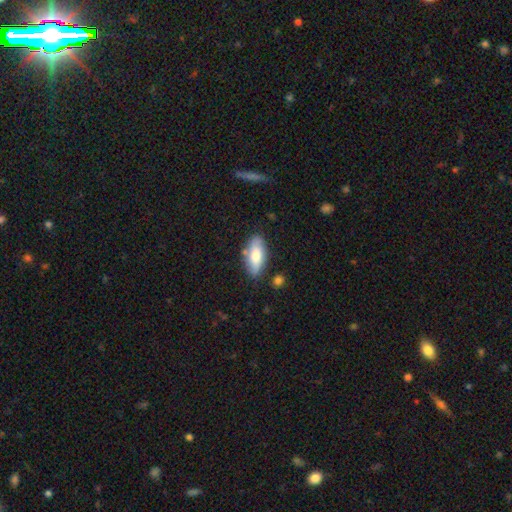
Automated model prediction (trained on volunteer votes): smooth 73%, featured or disk 21%, star or artifact 6%. Down the decision tree: how rounded — in between (84%); merging — none (78%).